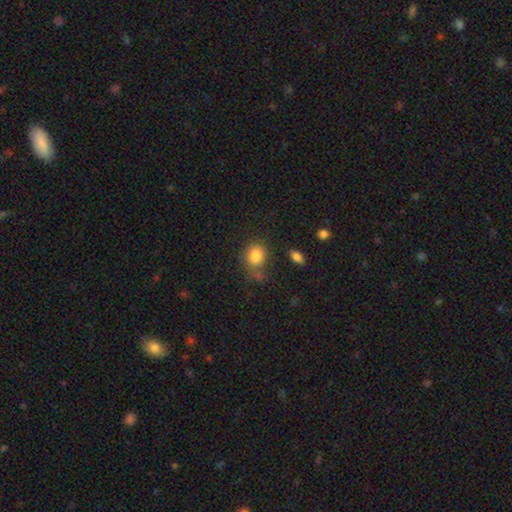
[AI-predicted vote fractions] This is clearly a smooth galaxy (84%). How rounded: possibly round (54%). Merging: likely none (61%).